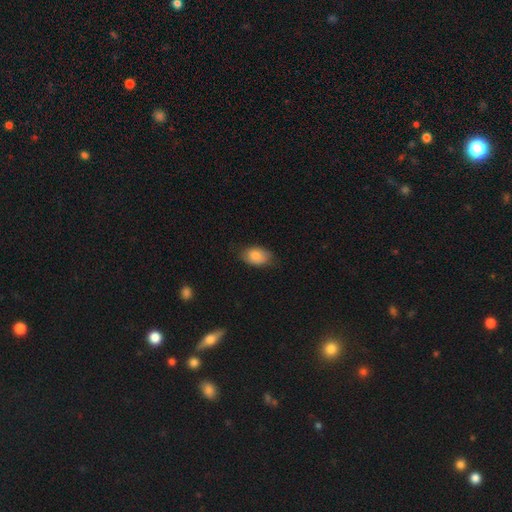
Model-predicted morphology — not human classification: Smooth or featured? Predicted: smooth (p=0.82). How rounded? Predicted: in between (p=0.87). Merging? Predicted: none (p=0.72).